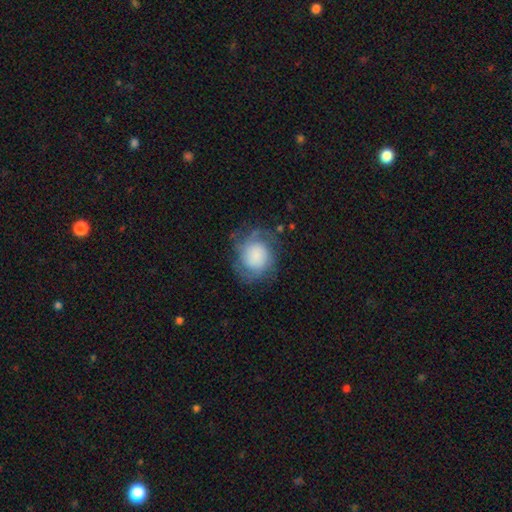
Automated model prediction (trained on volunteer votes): smooth-or-featured: smooth: 49% | featured or disk: 41% | star or artifact: 9%
  merging: none: 62% | minor disturbance: 22% | major disturbance: 15% | merger: 2%